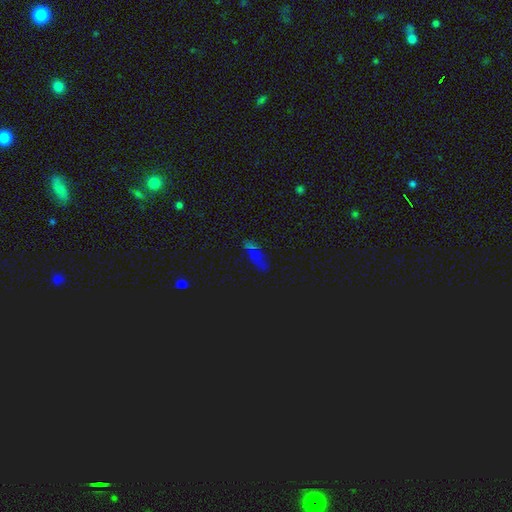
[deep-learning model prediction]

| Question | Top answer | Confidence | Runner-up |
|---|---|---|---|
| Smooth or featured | star or artifact | 46% | smooth (43%) |